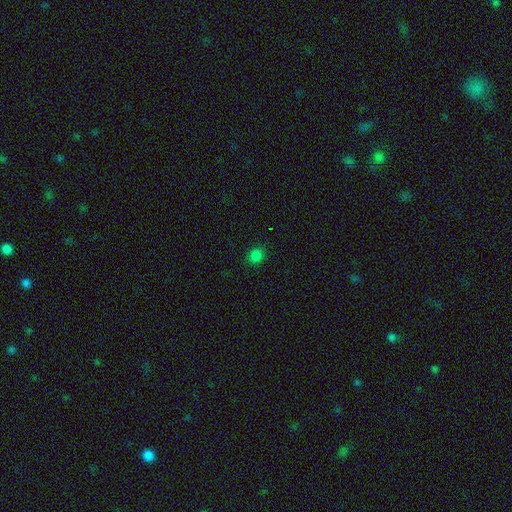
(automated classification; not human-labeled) This appears to be a smooth galaxy with no disk features (81%) that is round (77%). Merging: none (89%).